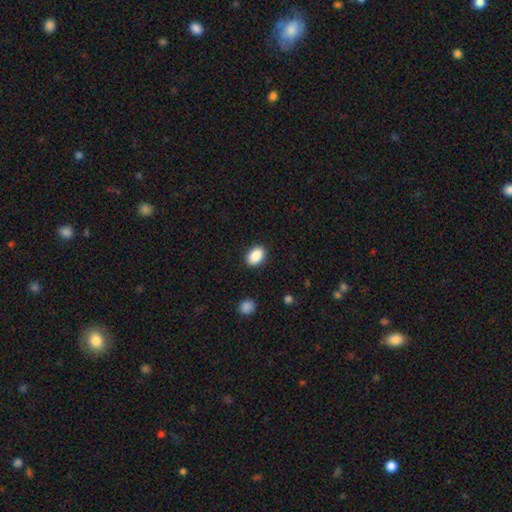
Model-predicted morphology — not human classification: The model was most divided on "how rounded": in between: 85%, round: 14%, cigar-shaped: 1%. More confident: smooth or featured — smooth (89%); merging — none (88%).